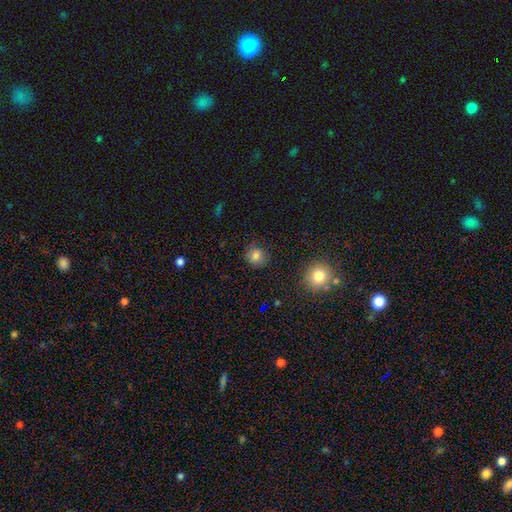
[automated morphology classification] Q: Smooth or featured?
A: smooth (79%); runner-up: star or artifact (13%)
Q: How rounded?
A: round (82%); runner-up: in between (17%)
Q: Merging?
A: none (81%); runner-up: minor disturbance (14%)